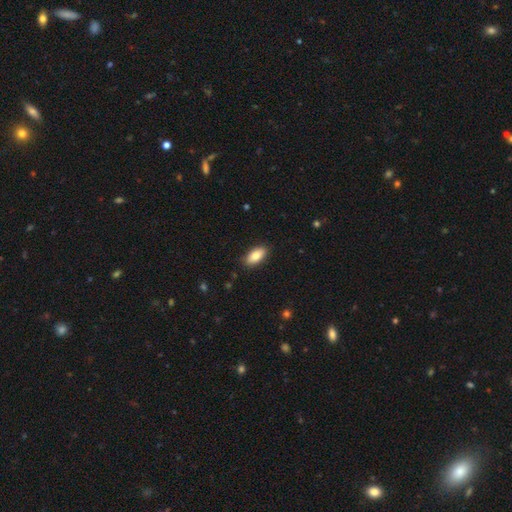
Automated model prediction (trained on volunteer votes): This appears to be a smooth galaxy with no disk features (82%) that is in between round and cigar-shaped (90%). Merging: none (88%).